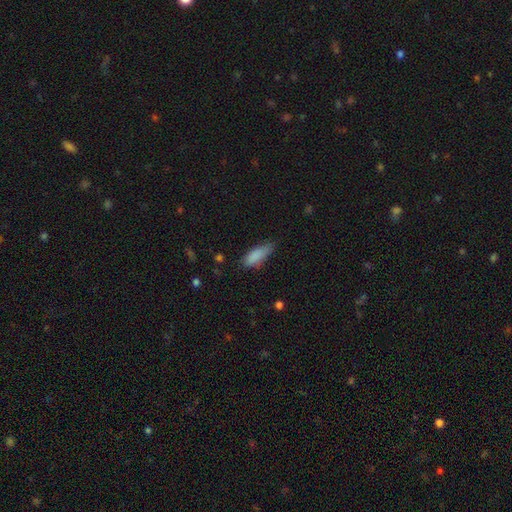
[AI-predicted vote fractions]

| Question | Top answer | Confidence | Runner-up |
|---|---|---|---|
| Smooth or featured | smooth | 85% | star or artifact (7%) |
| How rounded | in between | 63% | cigar-shaped (35%) |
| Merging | none | 55% | minor disturbance (35%) |